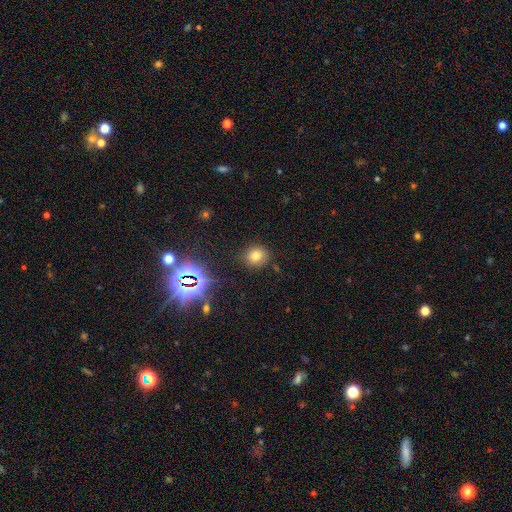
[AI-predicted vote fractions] A smooth galaxy with no disk features (72%) that is round (76%). Merging: none (84%).